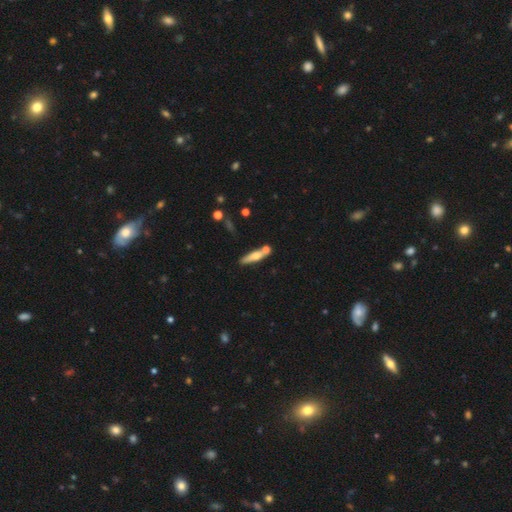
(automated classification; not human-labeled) This is possibly a smooth galaxy (53%). How rounded: likely cigar-shaped (79%). Merging: likely none (64%).